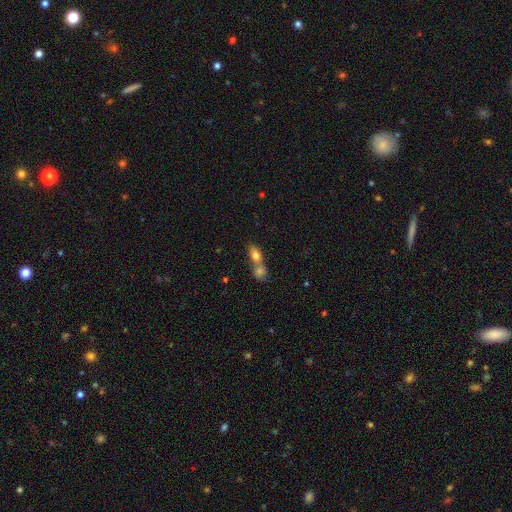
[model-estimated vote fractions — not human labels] Morphology: type=smooth (76%); roundness=in between (72%); merging=merger (69%).